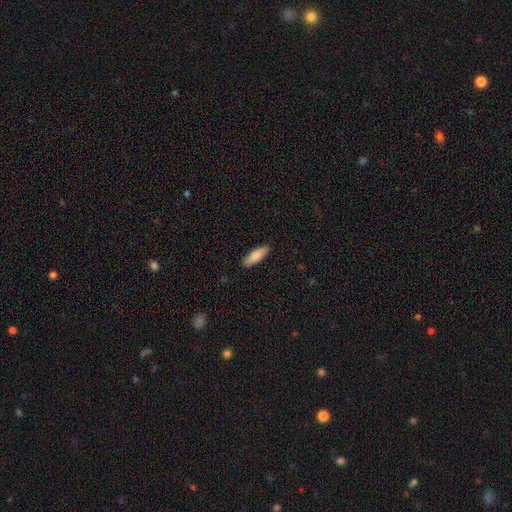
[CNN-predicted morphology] This is clearly a smooth galaxy (87%). How rounded: possibly in between (55%). Merging: clearly none (88%).